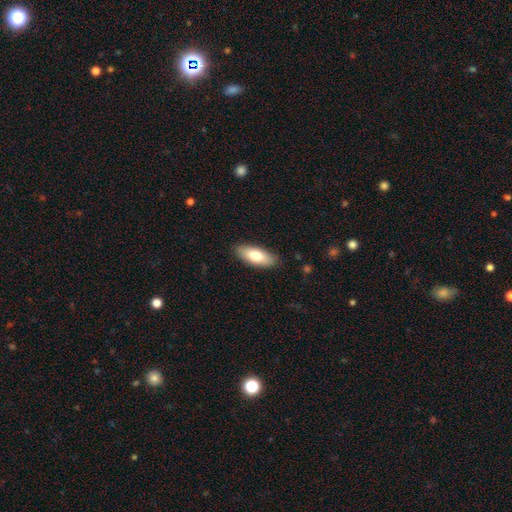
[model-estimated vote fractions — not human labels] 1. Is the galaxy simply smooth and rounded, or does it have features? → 75% smooth, 19% featured or disk, 6% star or artifact.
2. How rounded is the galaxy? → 76% in between, 22% cigar-shaped, 2% round.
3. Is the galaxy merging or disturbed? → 87% none, 10% minor disturbance, 2% major disturbance, 1% merger.